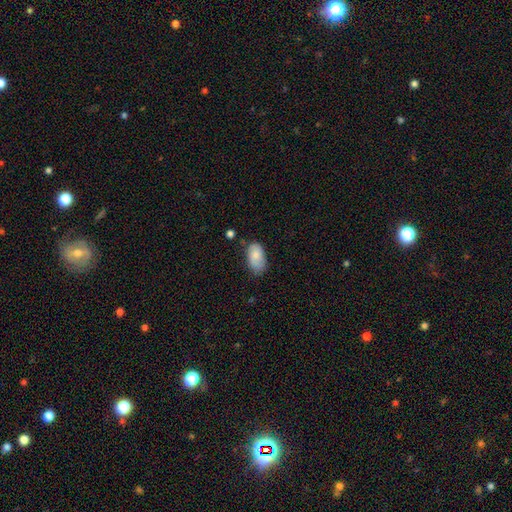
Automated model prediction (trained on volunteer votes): This is likely a smooth galaxy (79%). How rounded: clearly in between (94%). Merging: likely none (60%).